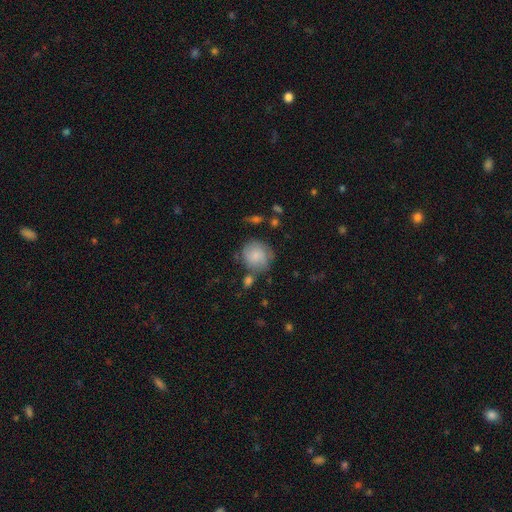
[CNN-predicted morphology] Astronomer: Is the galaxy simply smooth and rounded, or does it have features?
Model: smooth — 73%.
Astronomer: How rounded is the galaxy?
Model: round — 87%.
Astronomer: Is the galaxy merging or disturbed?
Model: none — 61%.